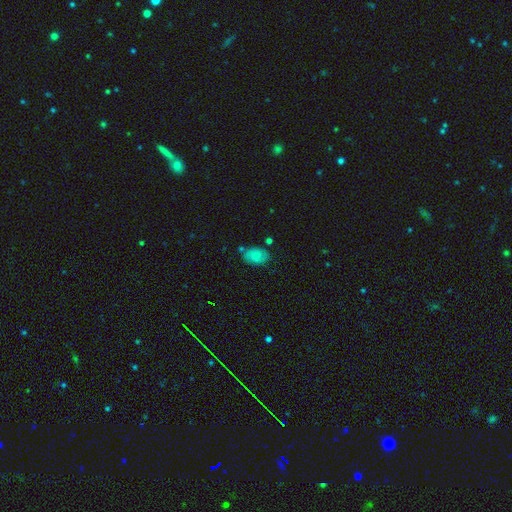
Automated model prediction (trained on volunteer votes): smooth-or-featured: smooth: 72% | featured or disk: 18% | star or artifact: 10%
  how-rounded: in between: 83% | round: 16% | cigar-shaped: 1%
  merging: none: 70% | minor disturbance: 19% | merger: 6% | major disturbance: 5%